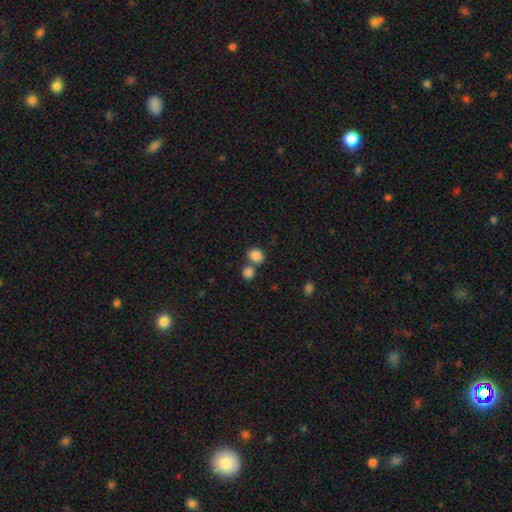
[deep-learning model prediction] Morphology: type=smooth (86%); roundness=round (59%); merging=none (56%).